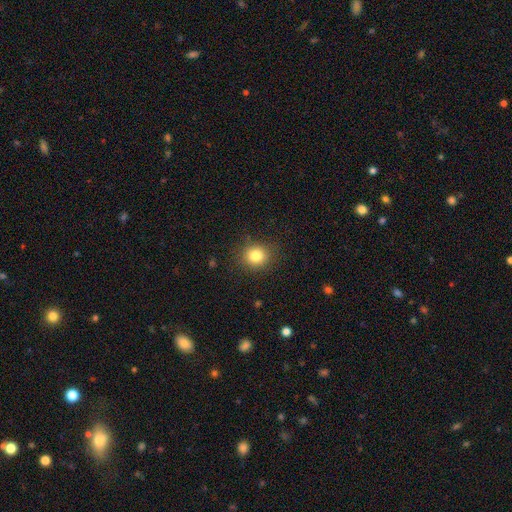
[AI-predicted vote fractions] Morphology: type=smooth (82%); roundness=round (82%); merging=none (87%).